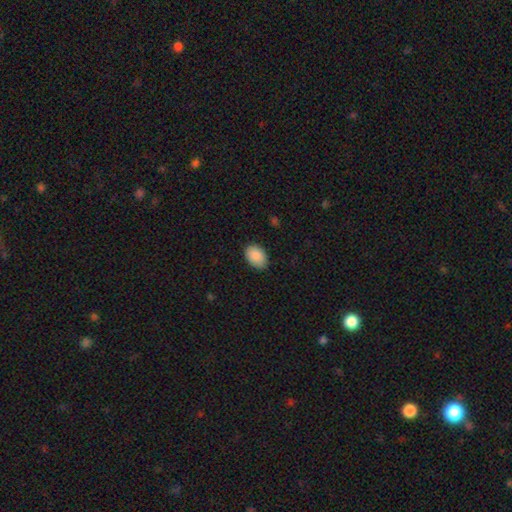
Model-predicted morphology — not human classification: type=smooth (89%); roundness=in between (86%); merging=none (85%).